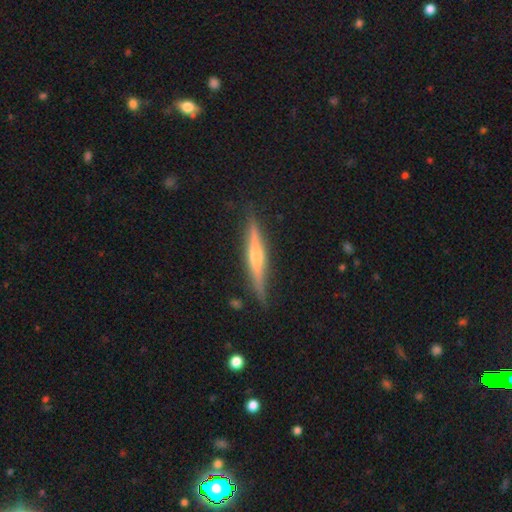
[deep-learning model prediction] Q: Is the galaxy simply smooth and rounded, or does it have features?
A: featured or disk — 71%.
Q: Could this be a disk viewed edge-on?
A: yes — 97%.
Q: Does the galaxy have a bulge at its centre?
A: rounded — 81%.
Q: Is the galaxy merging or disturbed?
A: none — 87%.